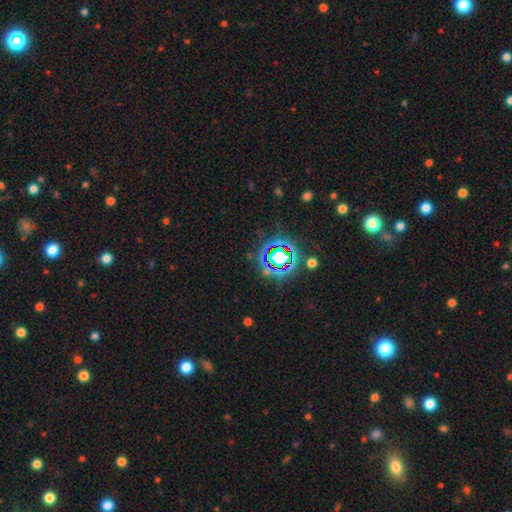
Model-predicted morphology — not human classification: Smooth or featured? star or artifact (79%)